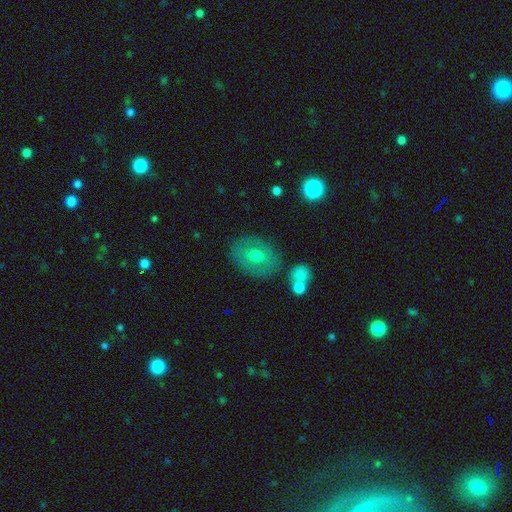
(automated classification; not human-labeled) Smooth or featured?
  - smooth: 51% *
  - featured or disk: 39%
  - star or artifact: 9%
How rounded?
  - in between: 58% *
  - round: 41%
  - cigar-shaped: 1%
Merging?
  - none: 80% *
  - minor disturbance: 12%
  - major disturbance: 4%
  - merger: 4%